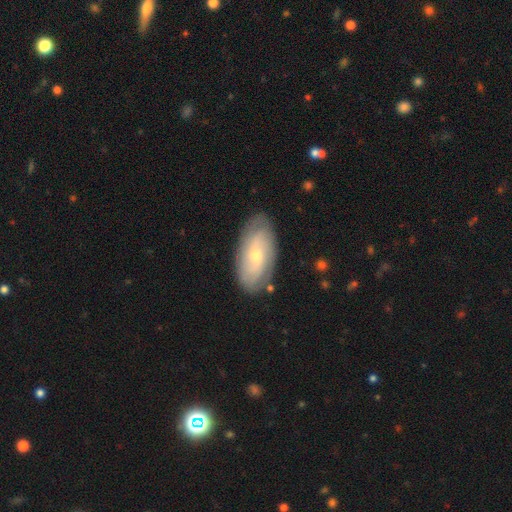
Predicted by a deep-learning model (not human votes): featured or disk 60%, smooth 34%, star or artifact 6%. Down the decision tree: edge-on disk — no (92%); bar — no (60%); spiral arms — yes (83%); bulge size — small (58%); merging — none (82%).